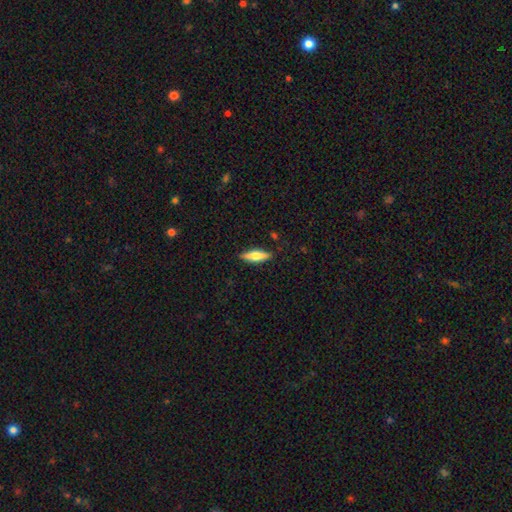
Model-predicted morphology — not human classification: type=smooth (54%); roundness=cigar-shaped (61%); merging=none (86%).